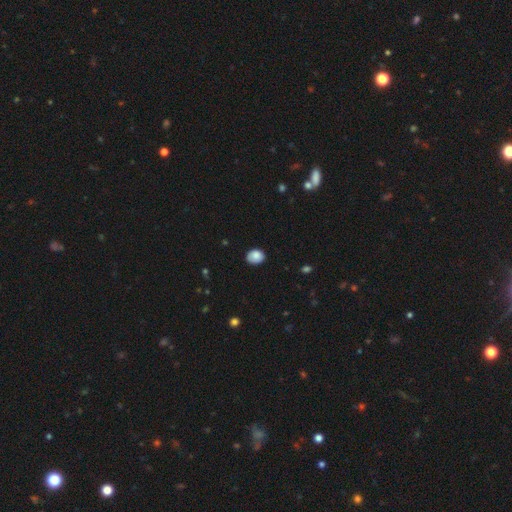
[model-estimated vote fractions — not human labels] Overall: smooth (85%). How rounded: in between (52%; round 47%). Merging: none (79%).